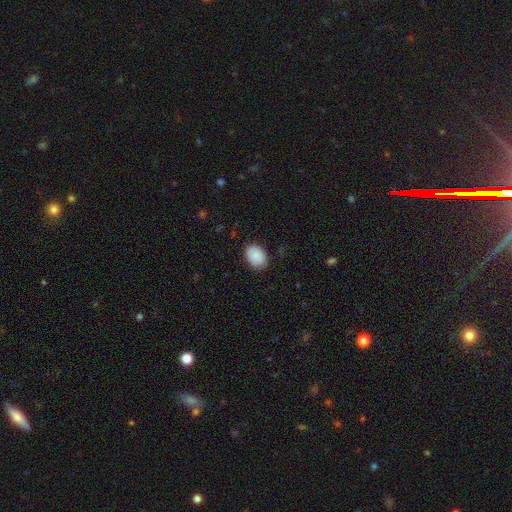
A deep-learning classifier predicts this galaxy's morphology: Q: Smooth or featured?
A: smooth (88%); runner-up: star or artifact (7%)
Q: How rounded?
A: in between (75%); runner-up: round (24%)
Q: Merging?
A: none (86%); runner-up: minor disturbance (11%)